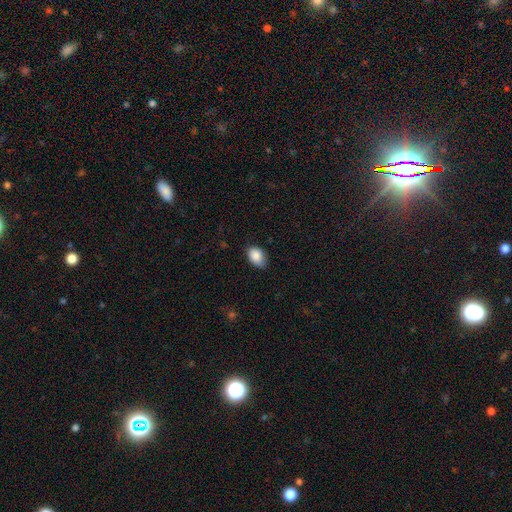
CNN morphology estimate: A smooth galaxy with no disk features (87%) that is in between round and cigar-shaped (81%). Merging: none (70%).